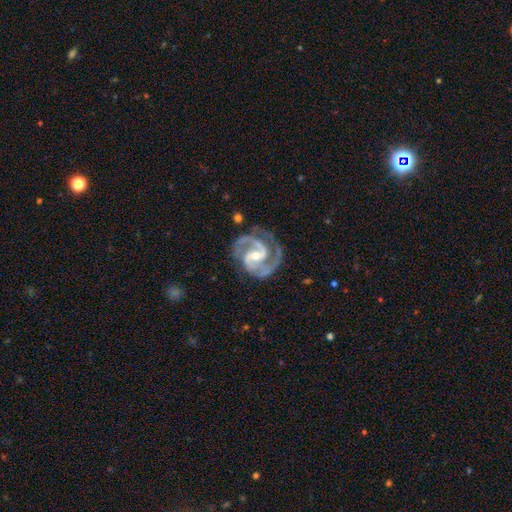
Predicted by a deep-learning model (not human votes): featured or disk 94%, star or artifact 4%, smooth 2%. Down the decision tree: edge-on disk — no (98%); bar — weak (47%); spiral arms — yes (99%); spiral arm count — 2 (84%); spiral winding — medium (54%); bulge size — moderate (55%); merging — none (76%).